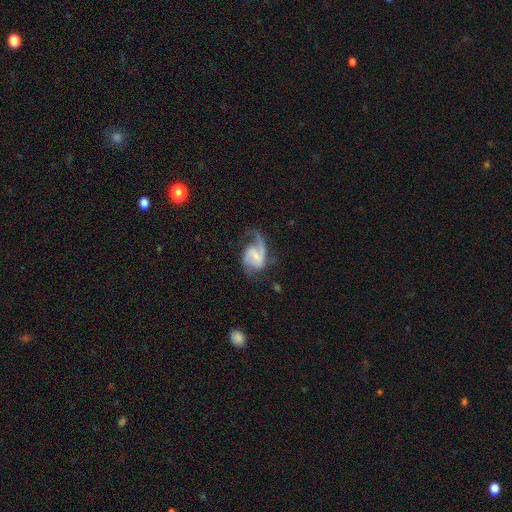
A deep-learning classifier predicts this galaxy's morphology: A featured or disk galaxy (81%) with a weak bar (50%), 2 (54%) medium (45%) spiral arms (94%) and a small central bulge (50%). Merging: none (43%).